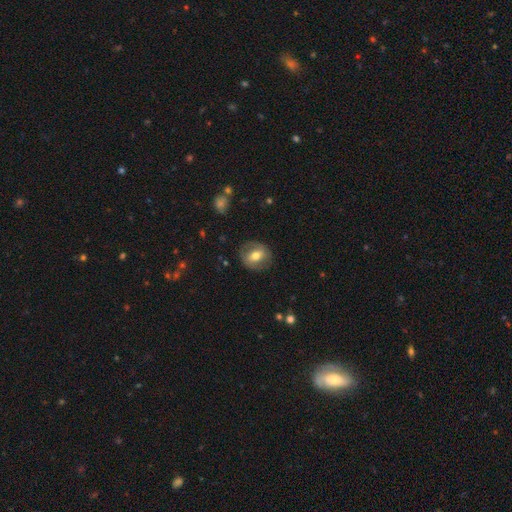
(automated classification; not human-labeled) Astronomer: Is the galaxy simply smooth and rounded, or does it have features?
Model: smooth — 53% (runner-up: featured or disk, 39%).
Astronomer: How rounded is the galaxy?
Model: round — 69%.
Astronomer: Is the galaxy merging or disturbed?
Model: none — 81%.